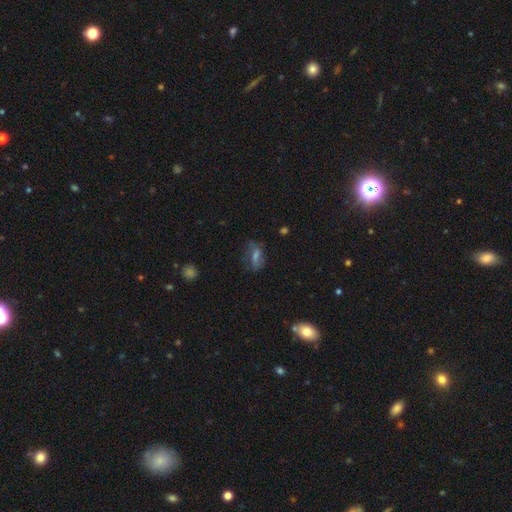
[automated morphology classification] Smooth or featured: smooth — 44% (featured or disk — 37%)
Merging: none — 66% (minor disturbance — 21%)